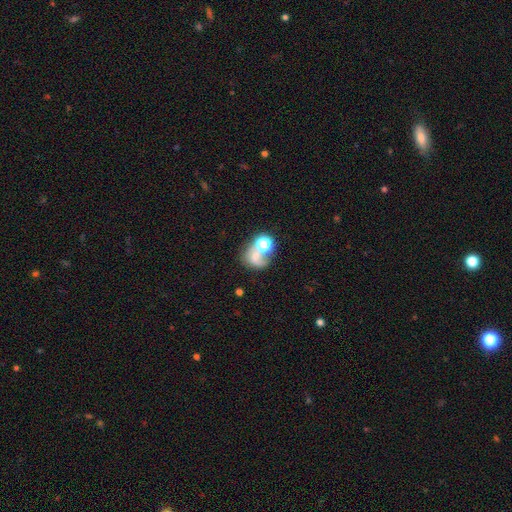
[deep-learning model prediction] Overall: smooth (43%; featured or disk 38%). Merging: merger (42%; none 30%).